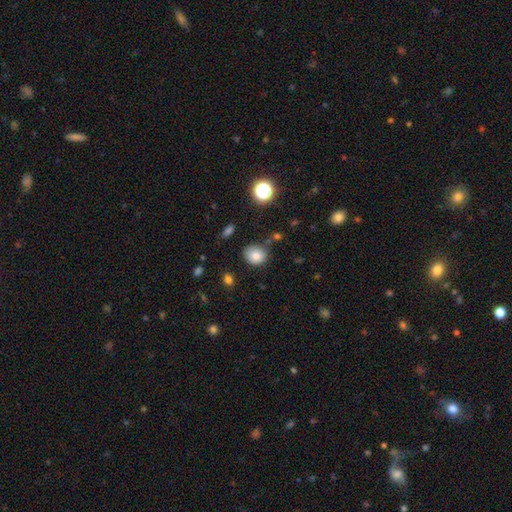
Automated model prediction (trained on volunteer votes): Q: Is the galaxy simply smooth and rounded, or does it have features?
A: smooth — 81%.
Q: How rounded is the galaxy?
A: round — 67%.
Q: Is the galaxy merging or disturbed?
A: none — 71%.